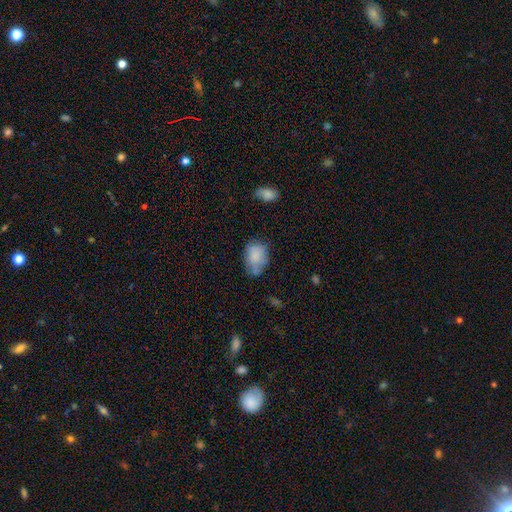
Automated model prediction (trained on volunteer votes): A smooth galaxy with no disk features (77%) that is in between round and cigar-shaped (72%).

Vote fractions:
- Smooth or featured? smooth: 77% / featured or disk: 15% / star or artifact: 9%
- How rounded? in between: 72% / round: 27% / cigar-shaped: 1%
- Merging? none: 47% / minor disturbance: 33% / major disturbance: 13% / merger: 7%